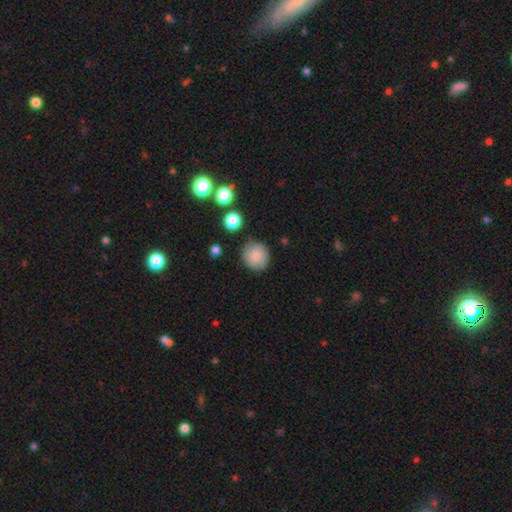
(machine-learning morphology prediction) A smooth galaxy with no disk features (84%) that is round (92%). Merging: none (84%).